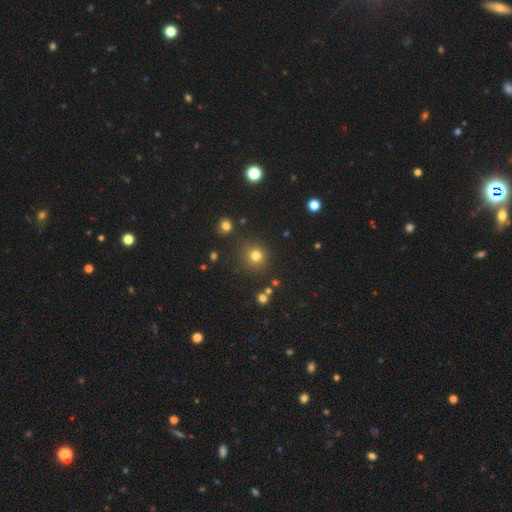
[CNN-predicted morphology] smooth 78%, star or artifact 16%, featured or disk 6%. Down the decision tree: how rounded — round (93%); merging — none (87%).